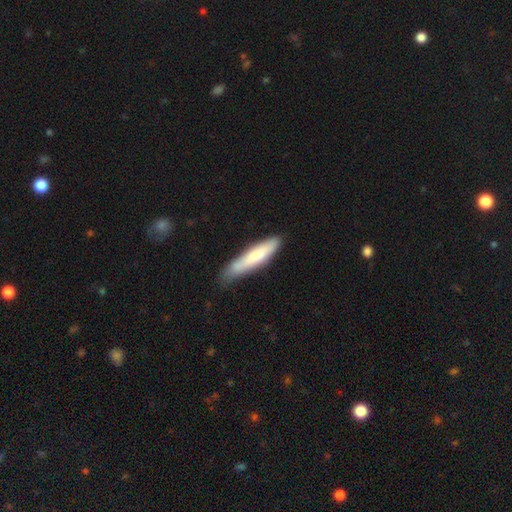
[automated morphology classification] Smooth or featured? smooth (73%)
How rounded? cigar-shaped (83%)
Merging? none (67%)